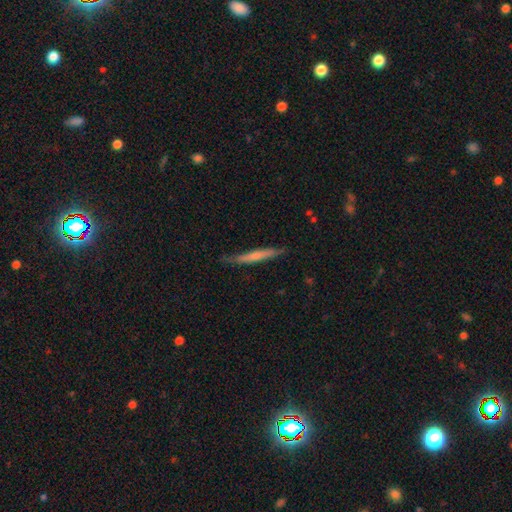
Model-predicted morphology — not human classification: Overall: smooth (55%; featured or disk 40%). How rounded: cigar-shaped (95%). Merging: none (78%).